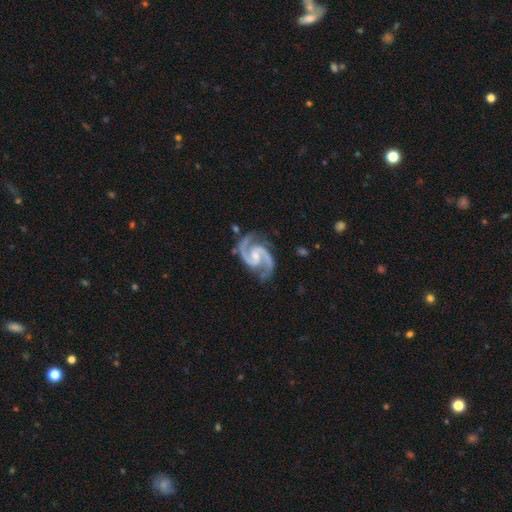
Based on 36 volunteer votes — This appears to be a featured or disk galaxy (97%) with no bar (51%), 2 (100%) medium (80%) spiral arms (100%) and a moderate central bulge (49%). Merging: none (64%).